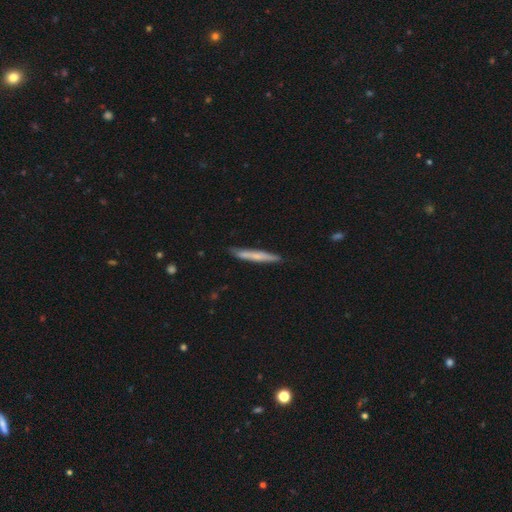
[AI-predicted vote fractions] smooth_or_featured: smooth (p=0.59) [alt: featured or disk p=0.36]
how_rounded: cigar-shaped (p=0.96) [alt: in between p=0.03]
merging: none (p=0.86) [alt: minor disturbance p=0.10]